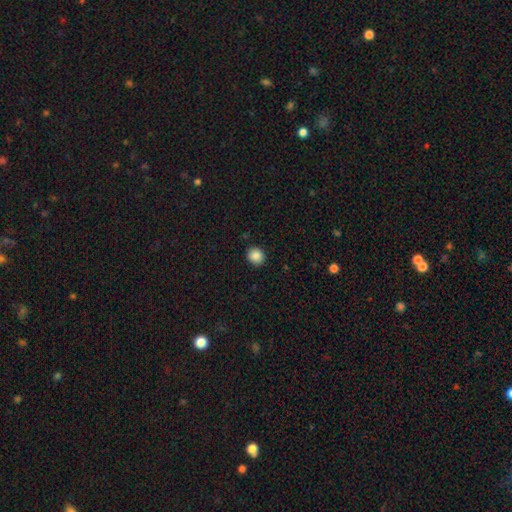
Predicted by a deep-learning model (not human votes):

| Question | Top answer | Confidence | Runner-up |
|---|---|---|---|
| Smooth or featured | smooth | 88% | star or artifact (9%) |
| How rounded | round | 82% | in between (17%) |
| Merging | none | 90% | minor disturbance (7%) |